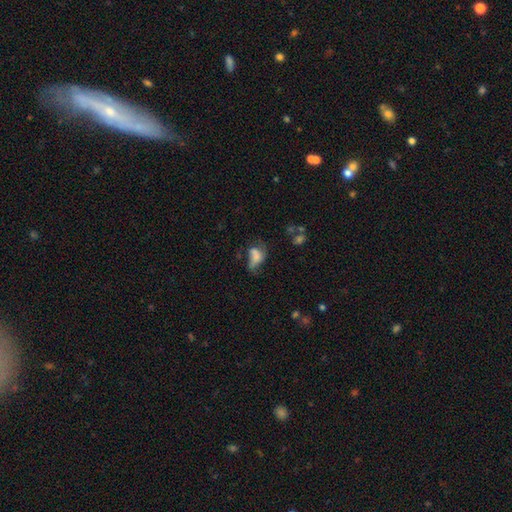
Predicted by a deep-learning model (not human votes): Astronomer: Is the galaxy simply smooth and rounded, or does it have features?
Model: smooth — 57%.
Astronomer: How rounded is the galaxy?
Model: in between — 83%.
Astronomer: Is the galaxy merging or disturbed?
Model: major disturbance — 38% (runner-up: none, 24%).